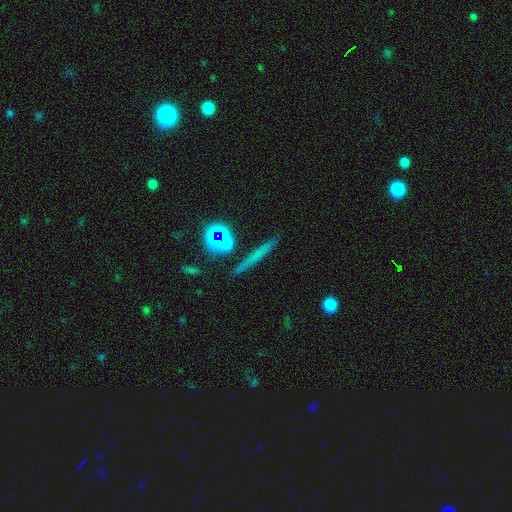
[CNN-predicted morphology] smooth 42%, featured or disk 33%, star or artifact 25%. Down the decision tree: merging — none (83%).